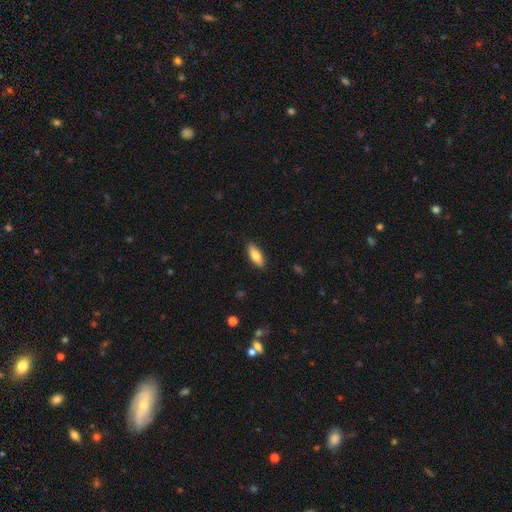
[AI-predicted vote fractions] Overall: smooth (77%). How rounded: in between (65%; cigar-shaped 33%). Merging: none (89%).